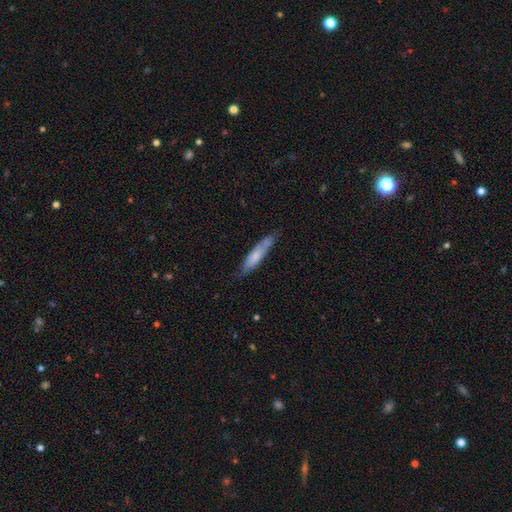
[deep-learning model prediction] smooth 63%, featured or disk 31%, star or artifact 6%. Down the decision tree: how rounded — cigar-shaped (82%); merging — none (67%).